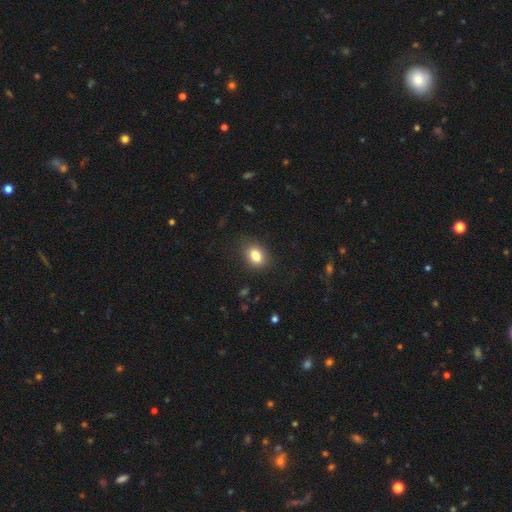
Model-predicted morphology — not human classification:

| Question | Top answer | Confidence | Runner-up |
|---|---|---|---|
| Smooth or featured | smooth | 83% | star or artifact (10%) |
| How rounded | in between | 74% | round (24%) |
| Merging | none | 83% | minor disturbance (13%) |